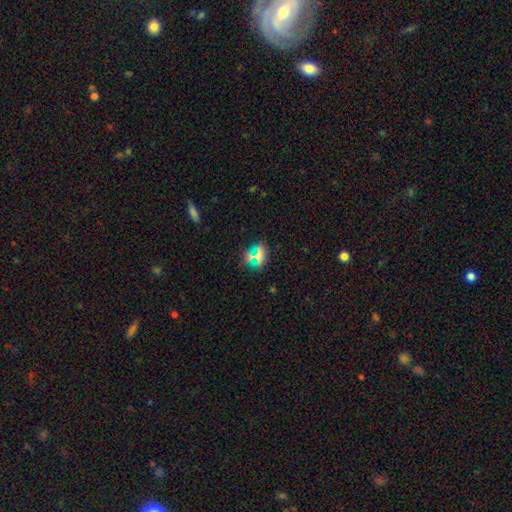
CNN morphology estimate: Smooth or featured? smooth (60%)
How rounded? round (56%)
Merging? none (77%)